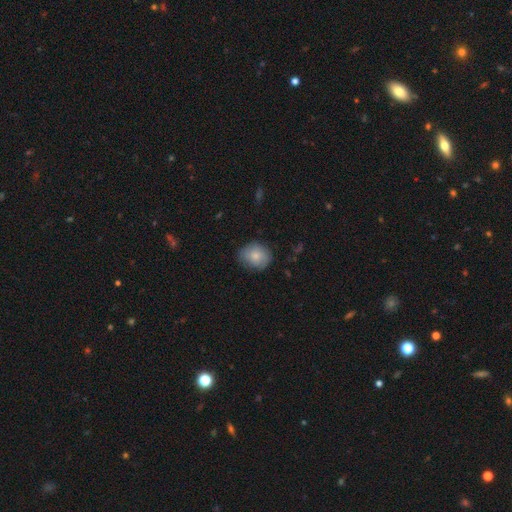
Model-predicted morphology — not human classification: smooth 79%, featured or disk 14%, star or artifact 7%. Down the decision tree: how rounded — round (62%); merging — none (72%).